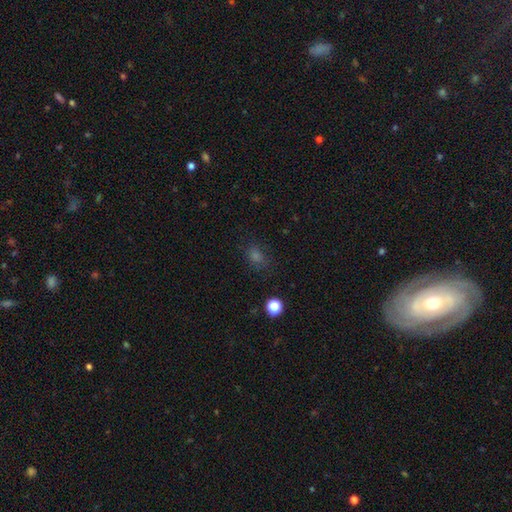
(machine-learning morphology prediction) Smooth or featured? Predicted: smooth (p=0.63). How rounded? Predicted: round (p=0.50). Merging? Predicted: none (p=0.82).